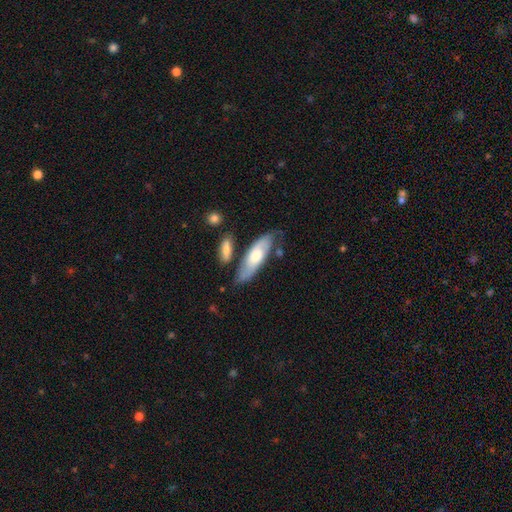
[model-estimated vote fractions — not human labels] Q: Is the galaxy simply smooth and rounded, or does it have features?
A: smooth — 53%.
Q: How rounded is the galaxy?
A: in between — 61%.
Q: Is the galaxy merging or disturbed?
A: none — 64%.